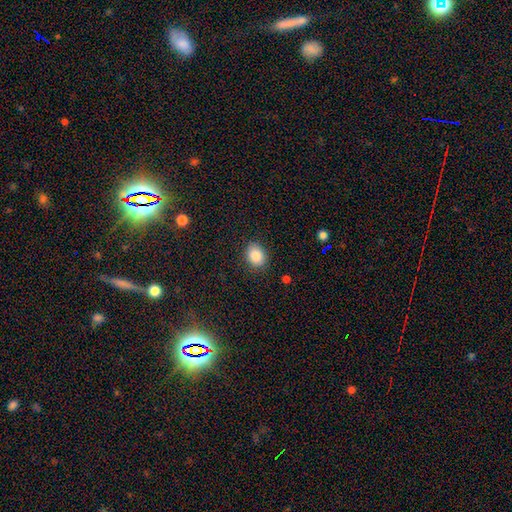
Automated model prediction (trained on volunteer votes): A smooth galaxy with no disk features (86%) that is in between round and cigar-shaped (52%). Merging: none (86%).